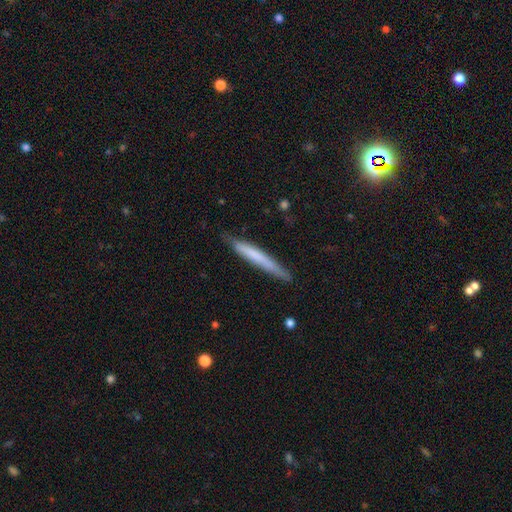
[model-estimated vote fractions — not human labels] This appears to be a smooth galaxy with no disk features (62%) that is cigar-shaped (96%). Merging: none (79%).